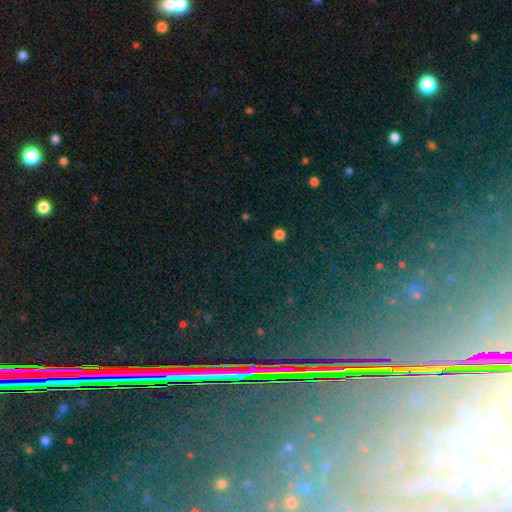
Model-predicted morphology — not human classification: Smooth or featured: star or artifact — 75% (featured or disk — 13%)